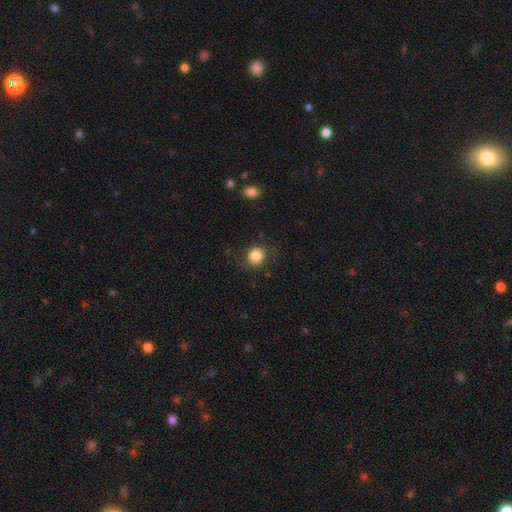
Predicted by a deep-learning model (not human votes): This is clearly a smooth galaxy (85%). How rounded: clearly round (85%). Merging: clearly none (83%).